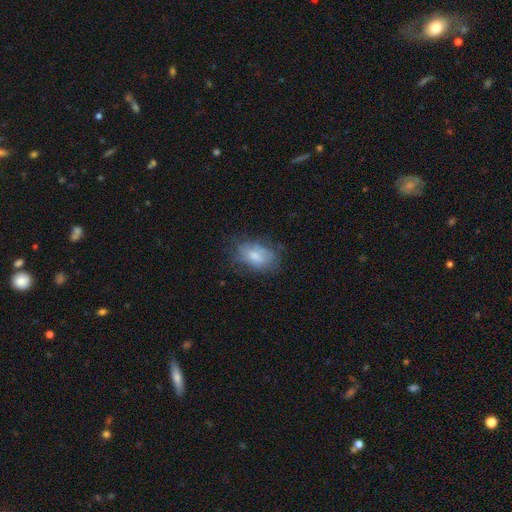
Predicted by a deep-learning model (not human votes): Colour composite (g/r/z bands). It shows a smooth galaxy with no disk features (67%) that is in between round and cigar-shaped (89%). Merging: none (60%).